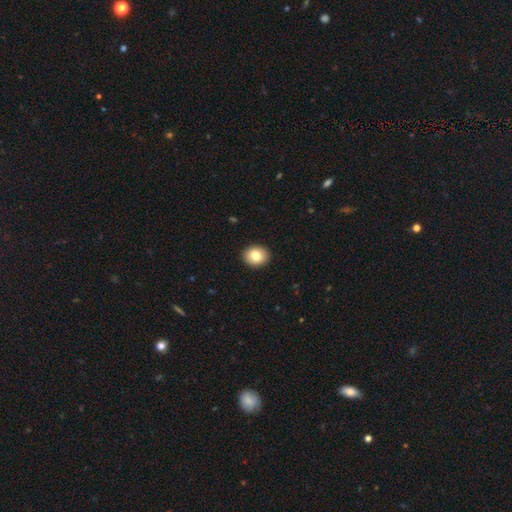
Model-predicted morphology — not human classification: smooth-or-featured: smooth: 83% | featured or disk: 9% | star or artifact: 8%
  how-rounded: round: 60% | in between: 39% | cigar-shaped: 1%
  merging: none: 92% | minor disturbance: 5% | major disturbance: 1% | merger: 1%